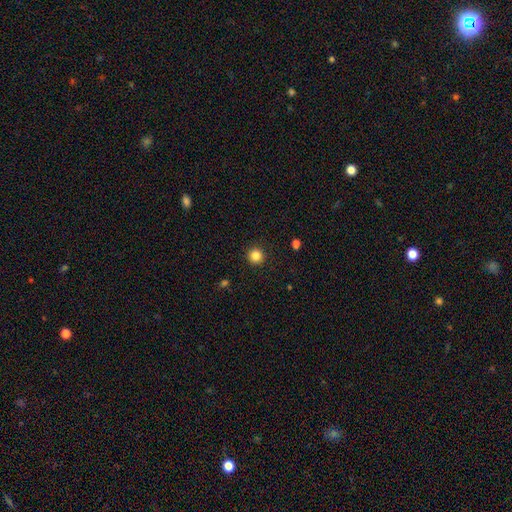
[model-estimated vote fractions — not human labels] Morphology: type=smooth (85%); roundness=round (95%); merging=none (92%).